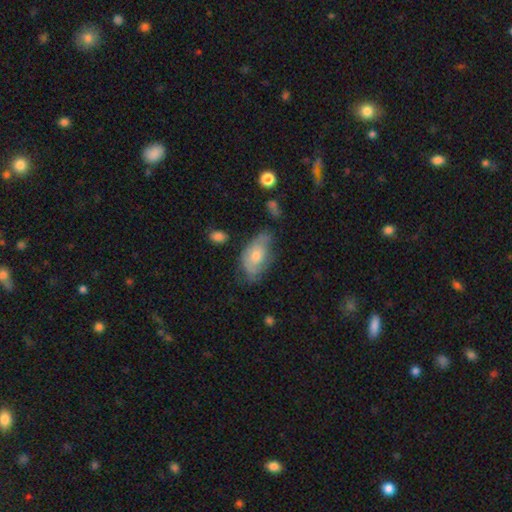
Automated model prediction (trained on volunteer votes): This appears to be a smooth galaxy with no disk features (55%) that is in between round and cigar-shaped (91%). Merging: none (41%).